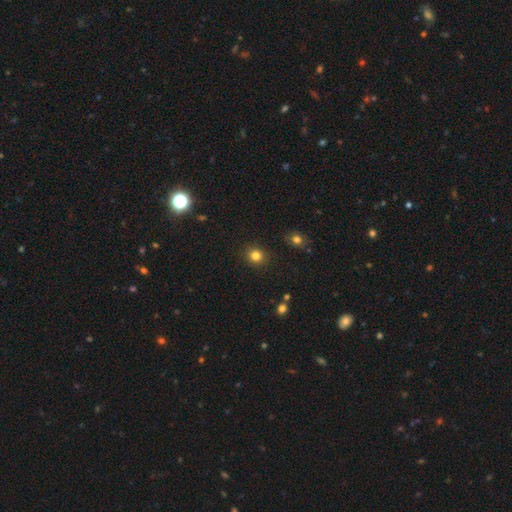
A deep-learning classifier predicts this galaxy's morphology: This is clearly a smooth galaxy (83%). How rounded: clearly round (85%). Merging: clearly none (90%).